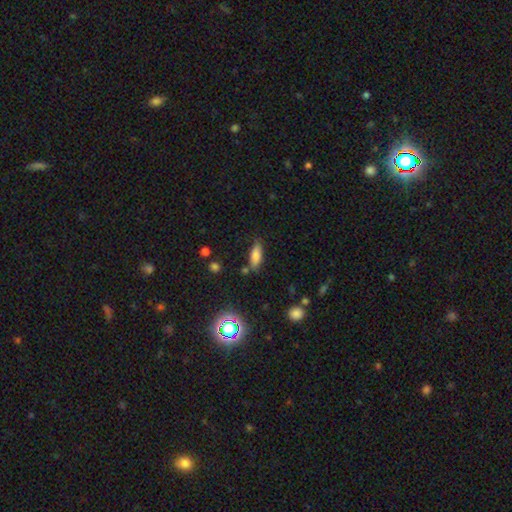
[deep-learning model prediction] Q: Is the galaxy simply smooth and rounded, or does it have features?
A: smooth — 76%.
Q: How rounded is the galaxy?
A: in between — 66%.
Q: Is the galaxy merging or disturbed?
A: none — 73%.